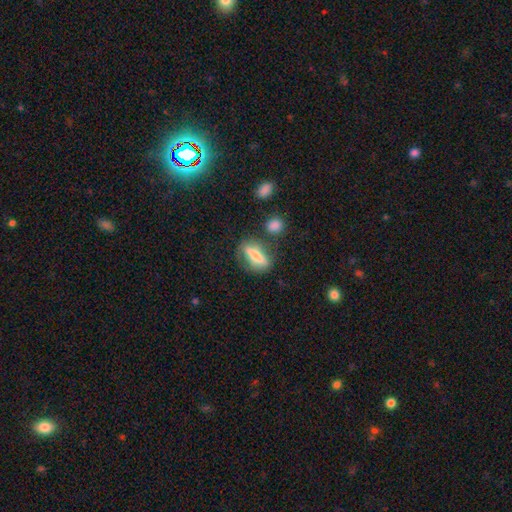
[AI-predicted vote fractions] smooth_or_featured: smooth (p=0.60) [alt: featured or disk p=0.31]
how_rounded: cigar-shaped (p=0.53) [alt: in between p=0.40]
merging: none (p=0.69) [alt: minor disturbance p=0.17]